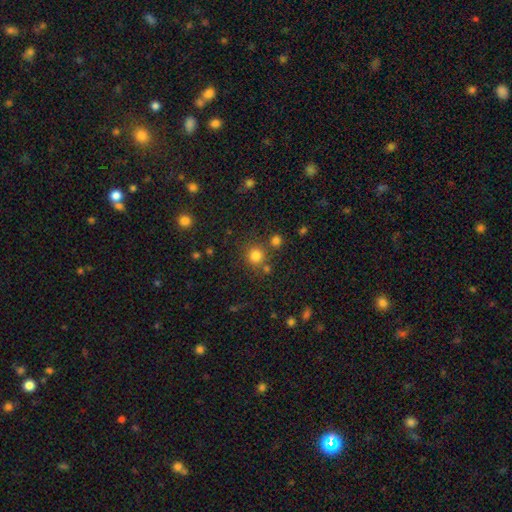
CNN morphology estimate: Smooth or featured? Predicted: smooth (p=0.79). How rounded? Predicted: round (p=0.91). Merging? Predicted: none (p=0.76).